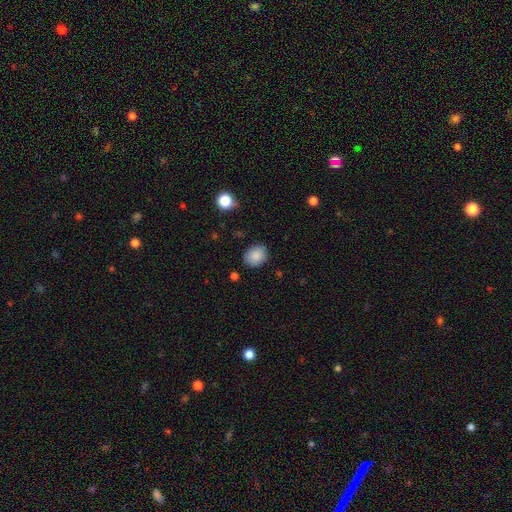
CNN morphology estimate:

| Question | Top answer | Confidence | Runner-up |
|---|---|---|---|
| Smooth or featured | smooth | 88% | star or artifact (8%) |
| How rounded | in between | 54% | round (46%) |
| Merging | none | 84% | minor disturbance (11%) |